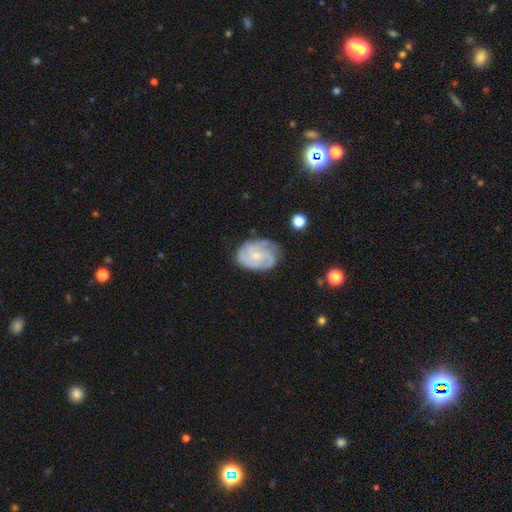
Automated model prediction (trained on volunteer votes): Smooth or featured?
  - featured or disk: 80% *
  - smooth: 15%
  - star or artifact: 5%
Edge-on disk?
  - no: 98% *
  - yes: 2%
Bar?
  - no: 61% *
  - weak: 34%
  - strong: 5%
Spiral arms?
  - yes: 94% *
  - no: 6%
Spiral winding?
  - tight: 58% *
  - medium: 34%
  - loose: 8%
Spiral arm count?
  - 2: 32% * (tied)
  - 3: 32% * (tied)
  - can't tell: 22%
  - 4: 6%
  - 1: 4%
  - more than 4: 4%
Bulge size?
  - small: 57% *
  - moderate: 34%
  - none: 6%
  - large: 2%
  - dominant: 1%
Merging?
  - none: 69% *
  - minor disturbance: 22%
  - major disturbance: 7%
  - merger: 2%